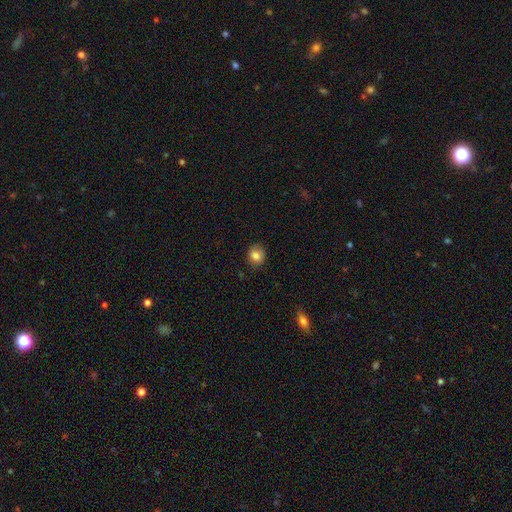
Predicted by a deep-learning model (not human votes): Q: Smooth or featured?
A: smooth (83%); runner-up: star or artifact (10%)
Q: How rounded?
A: round (73%); runner-up: in between (26%)
Q: Merging?
A: none (81%); runner-up: minor disturbance (15%)